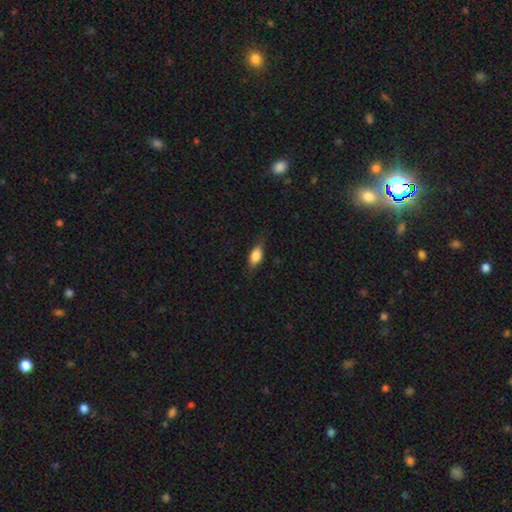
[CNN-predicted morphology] Smooth or featured? Predicted: smooth (p=0.79). How rounded? Predicted: in between (p=0.83). Merging? Predicted: none (p=0.74).